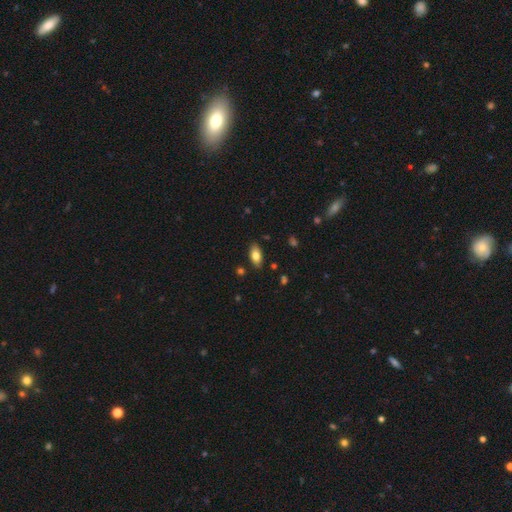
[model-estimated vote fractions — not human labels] A smooth galaxy with no disk features (79%) that is in between round and cigar-shaped (91%).

Vote fractions:
- Smooth or featured? smooth: 79% / featured or disk: 13% / star or artifact: 7%
- How rounded? in between: 91% / cigar-shaped: 6% / round: 3%
- Merging? none: 86% / minor disturbance: 10% / major disturbance: 2% / merger: 2%